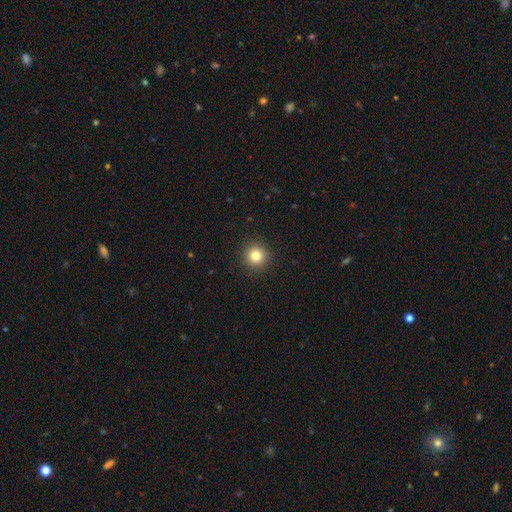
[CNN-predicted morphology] Smooth or featured?
  - smooth: 81% *
  - star or artifact: 12%
  - featured or disk: 6%
How rounded?
  - round: 94% *
  - in between: 5%
  - cigar-shaped: 1%
Merging?
  - none: 92% *
  - minor disturbance: 5%
  - major disturbance: 2%
  - merger: 1%